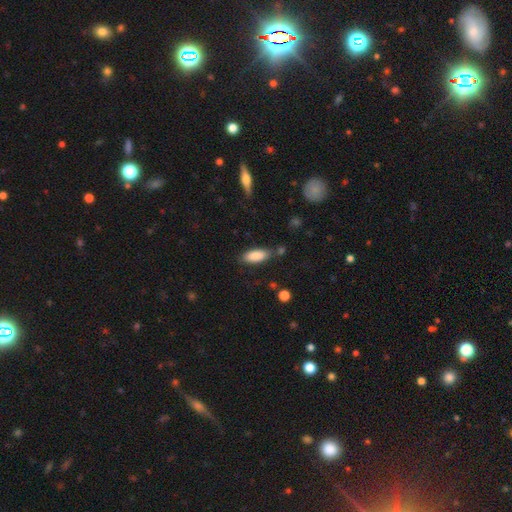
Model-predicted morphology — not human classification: The model was most divided on "merging": none: 77%, minor disturbance: 15%, merger: 5%, major disturbance: 4%. More confident: smooth or featured — smooth (87%); how rounded — in between (81%).